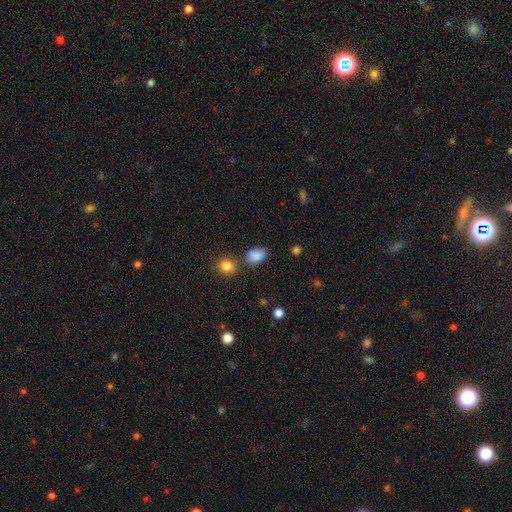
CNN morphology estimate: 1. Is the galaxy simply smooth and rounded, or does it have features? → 84% smooth, 10% star or artifact, 6% featured or disk.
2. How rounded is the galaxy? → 81% in between, 18% round, 1% cigar-shaped.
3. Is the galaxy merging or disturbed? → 61% none, 22% minor disturbance, 11% merger, 6% major disturbance.